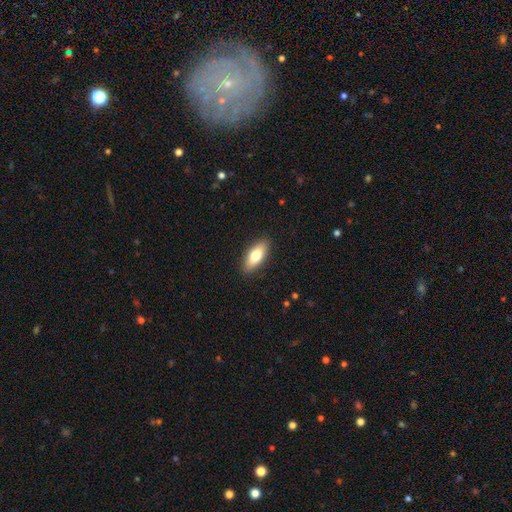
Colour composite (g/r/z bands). It shows a smooth galaxy with no disk features (74%) that is in between round and cigar-shaped (83%). Merging: none (89%).